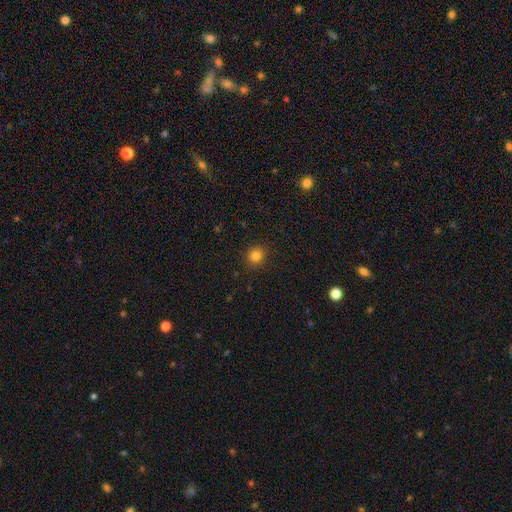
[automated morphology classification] Q: Smooth or featured?
A: smooth (83%); runner-up: star or artifact (12%)
Q: How rounded?
A: round (86%); runner-up: in between (13%)
Q: Merging?
A: none (91%); runner-up: minor disturbance (6%)